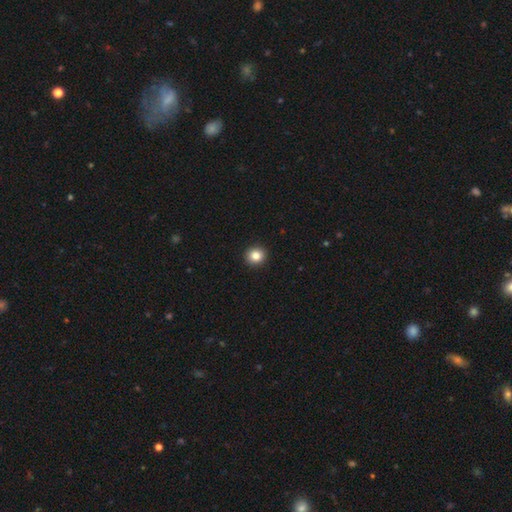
Overall: smooth (90%). How rounded: round (89%). Merging: none (89%).